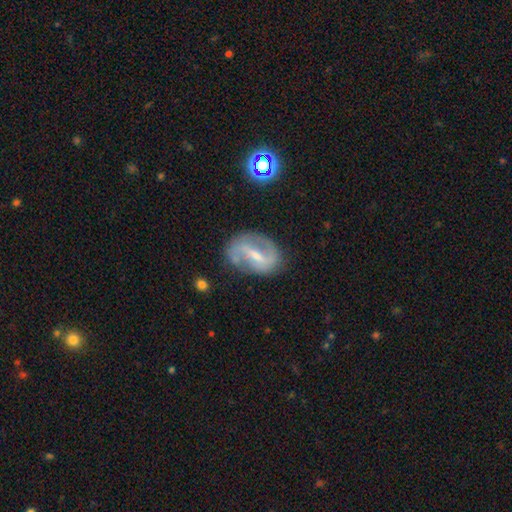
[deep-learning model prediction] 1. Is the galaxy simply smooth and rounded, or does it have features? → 79% featured or disk, 13% smooth, 8% star or artifact.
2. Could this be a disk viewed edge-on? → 96% no, 4% yes.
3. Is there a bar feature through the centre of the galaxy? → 47% strong, 39% weak, 14% no.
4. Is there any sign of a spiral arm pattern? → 89% yes, 11% no.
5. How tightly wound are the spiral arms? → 43% medium, 38% loose, 19% tight.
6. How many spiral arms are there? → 84% 2, 7% can't tell, 5% 1, 1% 3, 1% 4, 1% more than 4.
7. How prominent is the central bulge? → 55% small, 36% moderate, 7% none, 2% large, 1% dominant.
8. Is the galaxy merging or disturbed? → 73% none, 18% minor disturbance, 7% major disturbance, 2% merger.